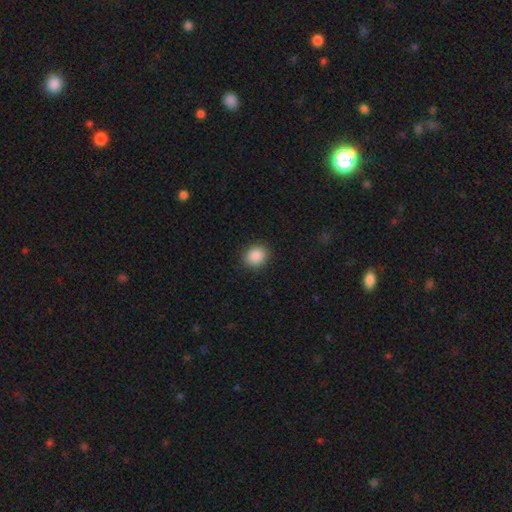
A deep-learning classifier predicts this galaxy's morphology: smooth-or-featured: smooth: 88% | star or artifact: 9% | featured or disk: 3%
  how-rounded: round: 71% | in between: 28% | cigar-shaped: 1%
  merging: none: 90% | minor disturbance: 7% | major disturbance: 2% | merger: 1%